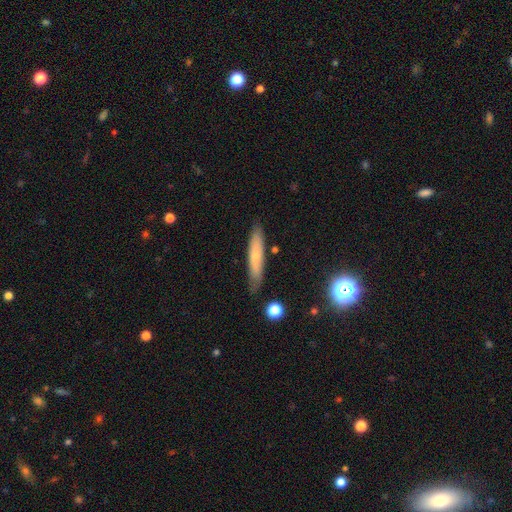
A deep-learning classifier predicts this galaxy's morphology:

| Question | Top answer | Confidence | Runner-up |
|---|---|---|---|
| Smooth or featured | smooth | 62% | featured or disk (31%) |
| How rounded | cigar-shaped | 87% | in between (11%) |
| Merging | none | 80% | minor disturbance (15%) |